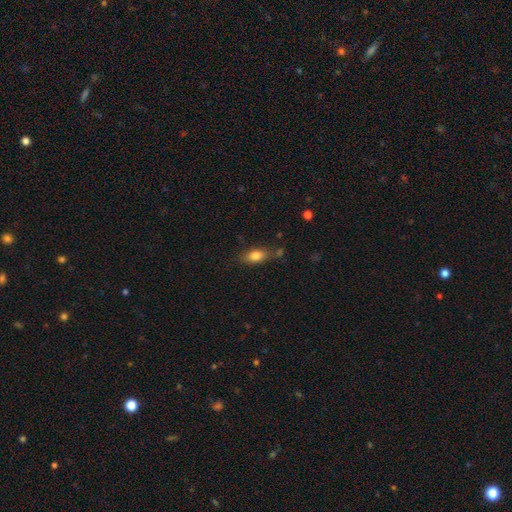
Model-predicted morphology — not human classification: This is likely a smooth galaxy (78%). How rounded: clearly in between (81%). Merging: likely none (69%).